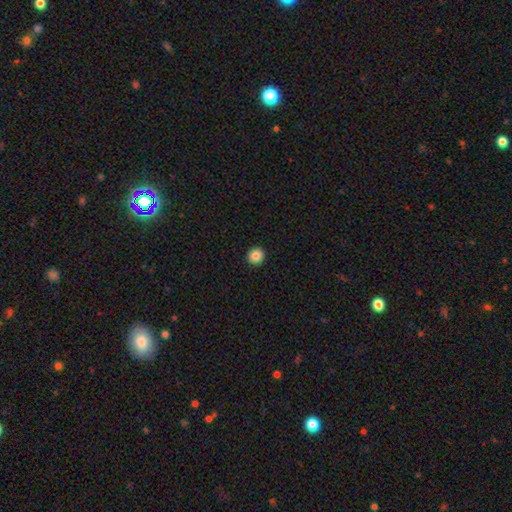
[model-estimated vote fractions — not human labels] Overall: smooth (85%). How rounded: round (95%). Merging: none (94%).